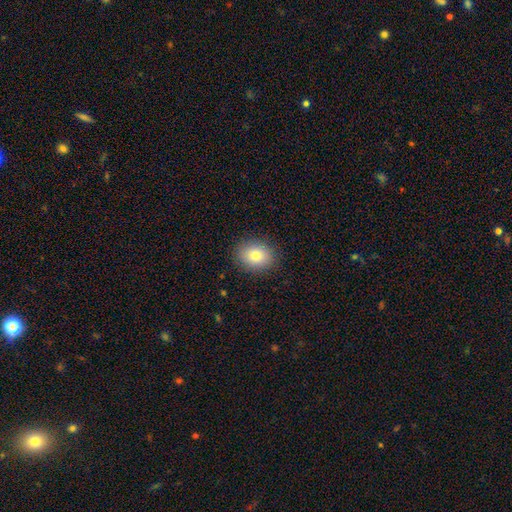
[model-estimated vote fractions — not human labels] Smooth or featured? Predicted: smooth (p=0.81). How rounded? Predicted: round (p=0.50). Merging? Predicted: none (p=0.89).